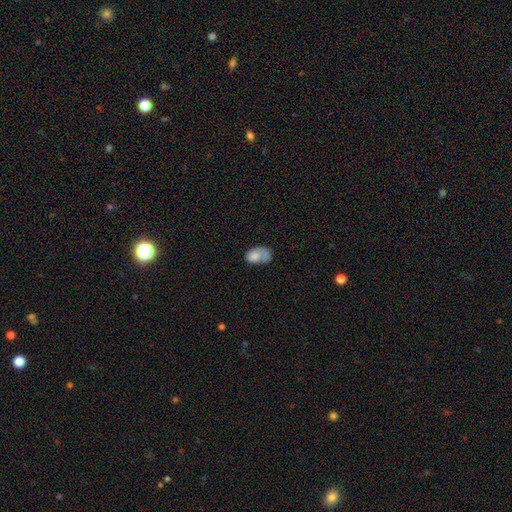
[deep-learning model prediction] A smooth galaxy with no disk features (66%) that is in between round and cigar-shaped (84%).

Vote fractions:
- Smooth or featured? smooth: 66% / featured or disk: 26% / star or artifact: 8%
- How rounded? in between: 84% / round: 15% / cigar-shaped: 1%
- Merging? none: 34% / major disturbance: 28% / minor disturbance: 26% / merger: 12%